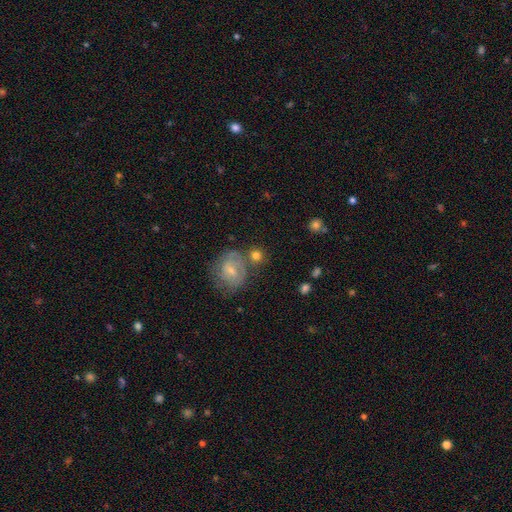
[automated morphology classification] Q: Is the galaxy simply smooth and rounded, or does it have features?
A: smooth — 69%.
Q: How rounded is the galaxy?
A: round — 87%.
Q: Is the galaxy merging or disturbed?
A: none — 66%.